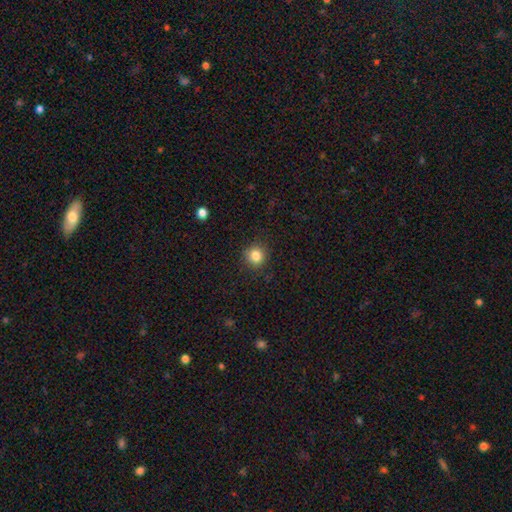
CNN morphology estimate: The model was most divided on "smooth or featured": smooth: 83%, star or artifact: 12%, featured or disk: 5%. More confident: how rounded — round (91%); merging — none (90%).